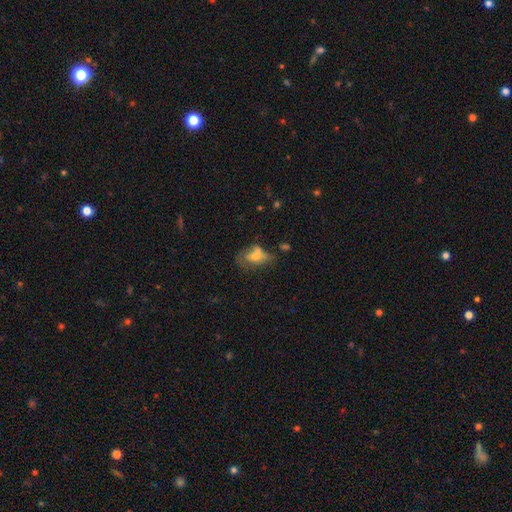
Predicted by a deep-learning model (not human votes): The model was most divided on "merging": merger: 34%, none: 29%, minor disturbance: 21%, major disturbance: 16%. More confident: how rounded — in between (79%); smooth or featured — smooth (57%).